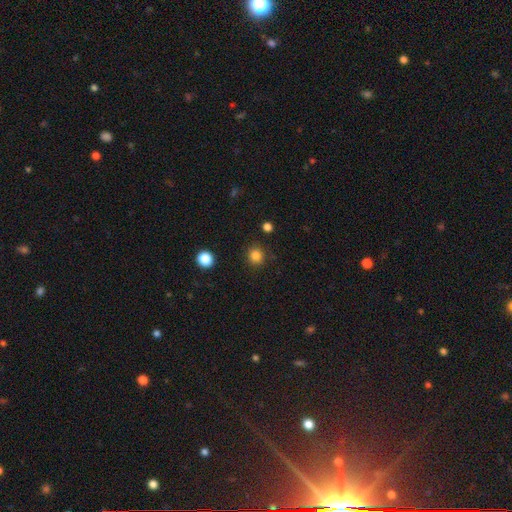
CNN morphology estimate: A smooth galaxy with no disk features (83%) that is round (91%). Merging: none (90%).